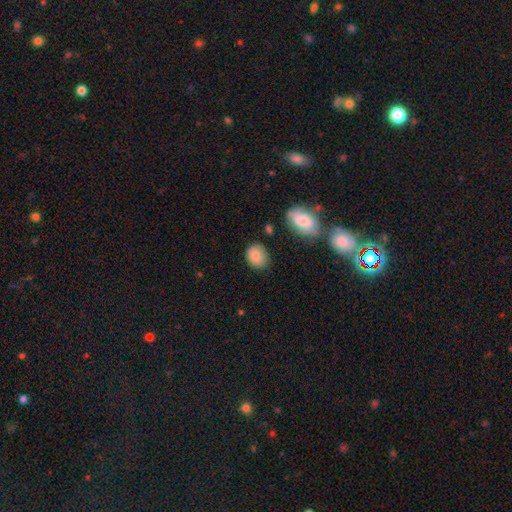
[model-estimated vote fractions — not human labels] A smooth galaxy with no disk features (85%) that is round (56%). Merging: none (74%).